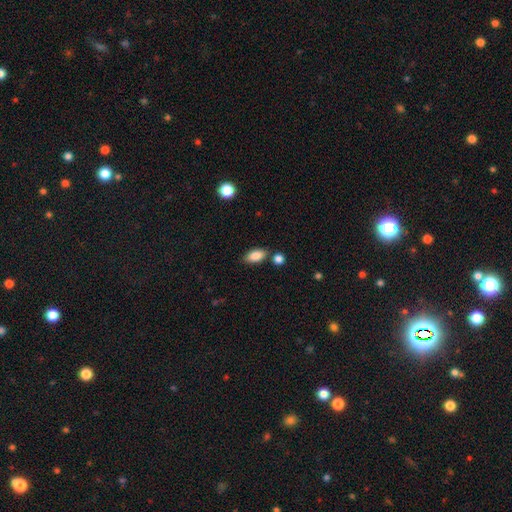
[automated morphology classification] smooth_or_featured: smooth (p=0.86) [alt: star or artifact p=0.08]
how_rounded: in between (p=0.90) [alt: cigar-shaped p=0.05]
merging: none (p=0.76) [alt: minor disturbance p=0.12]